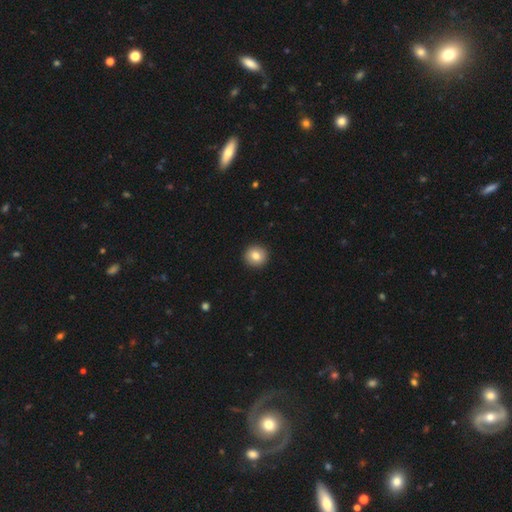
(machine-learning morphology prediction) Overall: smooth (82%). How rounded: round (94%). Merging: none (93%).